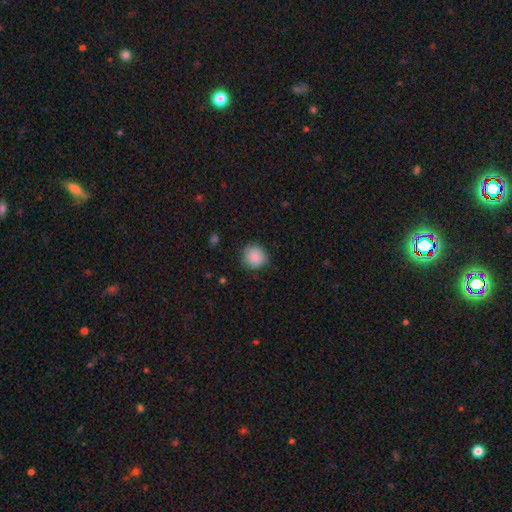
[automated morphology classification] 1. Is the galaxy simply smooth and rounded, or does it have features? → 87% smooth, 7% star or artifact, 5% featured or disk.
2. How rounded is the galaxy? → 91% round, 8% in between, 1% cigar-shaped.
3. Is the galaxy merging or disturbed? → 80% none, 16% minor disturbance, 3% major disturbance, 1% merger.